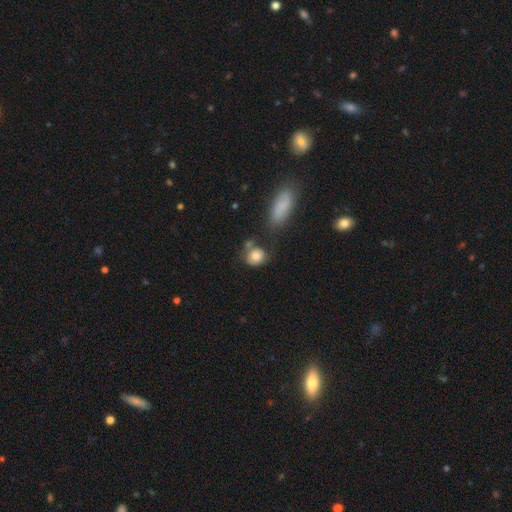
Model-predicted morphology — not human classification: Q: Smooth or featured?
A: smooth (80%); runner-up: featured or disk (12%)
Q: How rounded?
A: round (67%); runner-up: in between (31%)
Q: Merging?
A: none (49%); runner-up: merger (21%)